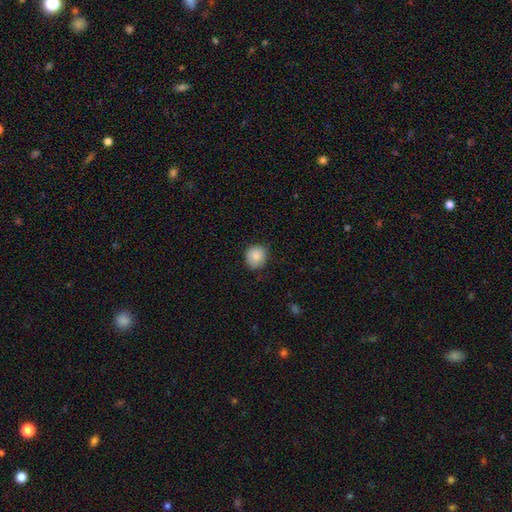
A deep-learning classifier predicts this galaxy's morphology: Smooth or featured? Predicted: smooth (p=0.87). How rounded? Predicted: round (p=0.84). Merging? Predicted: none (p=0.83).